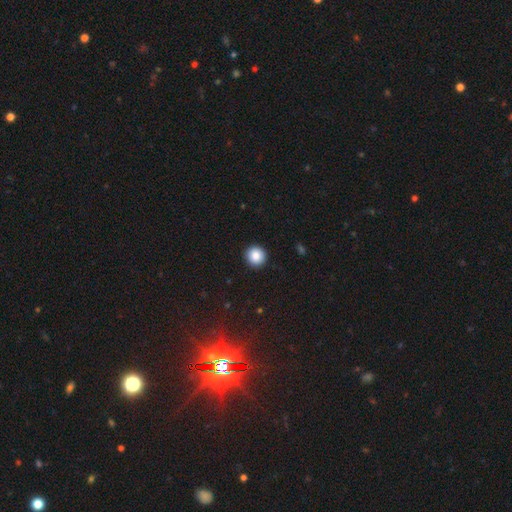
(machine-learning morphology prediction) smooth 85%, star or artifact 9%, featured or disk 6%. Down the decision tree: how rounded — round (95%); merging — none (93%).